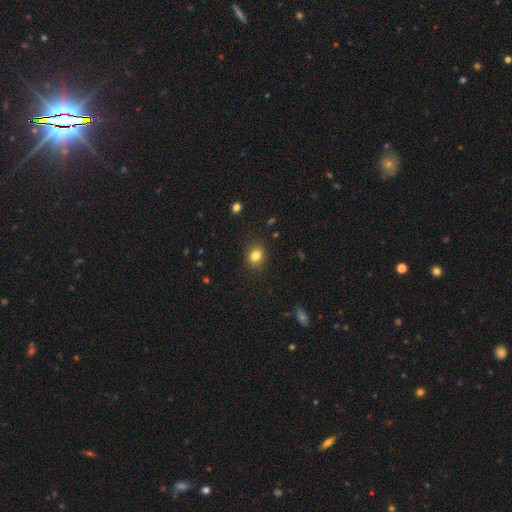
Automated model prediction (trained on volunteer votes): Q: Smooth or featured?
A: smooth (82%); runner-up: star or artifact (12%)
Q: How rounded?
A: round (67%); runner-up: in between (32%)
Q: Merging?
A: none (89%); runner-up: minor disturbance (8%)